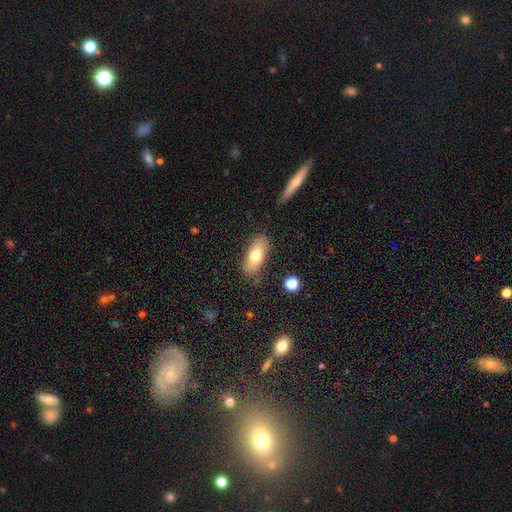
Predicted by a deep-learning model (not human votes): Smooth or featured? smooth (74%)
How rounded? in between (79%)
Merging? none (81%)